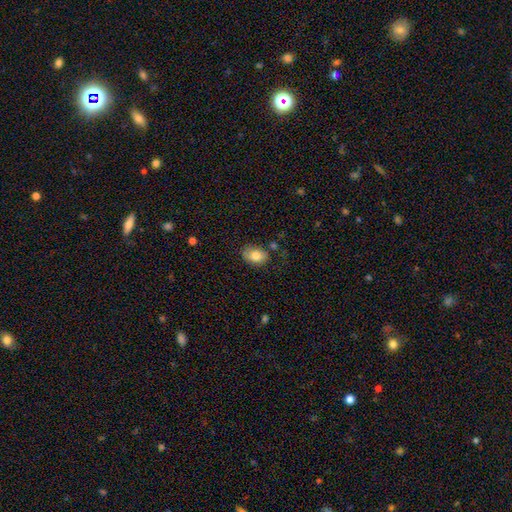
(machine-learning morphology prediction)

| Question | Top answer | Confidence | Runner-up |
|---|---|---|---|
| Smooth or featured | smooth | 81% | featured or disk (11%) |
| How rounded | in between | 78% | round (21%) |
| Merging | none | 70% | minor disturbance (21%) |